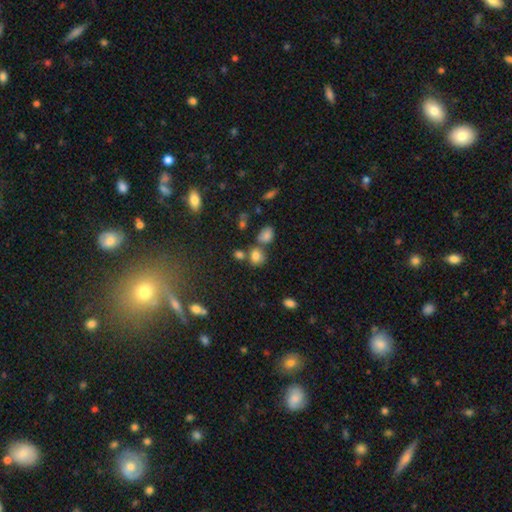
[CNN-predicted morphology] Smooth or featured? smooth (76%)
How rounded? round (59%)
Merging? none (56%)